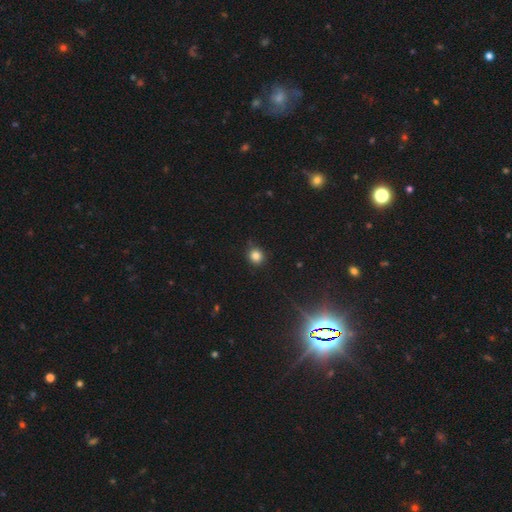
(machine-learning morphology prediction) Q: Smooth or featured?
A: smooth (83%); runner-up: star or artifact (13%)
Q: How rounded?
A: round (87%); runner-up: in between (12%)
Q: Merging?
A: none (86%); runner-up: minor disturbance (10%)